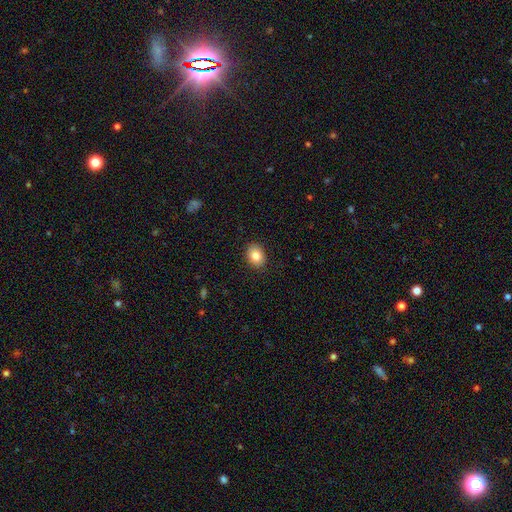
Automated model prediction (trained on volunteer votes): Smooth or featured? Predicted: smooth (p=0.85). How rounded? Predicted: in between (p=0.64). Merging? Predicted: none (p=0.89).